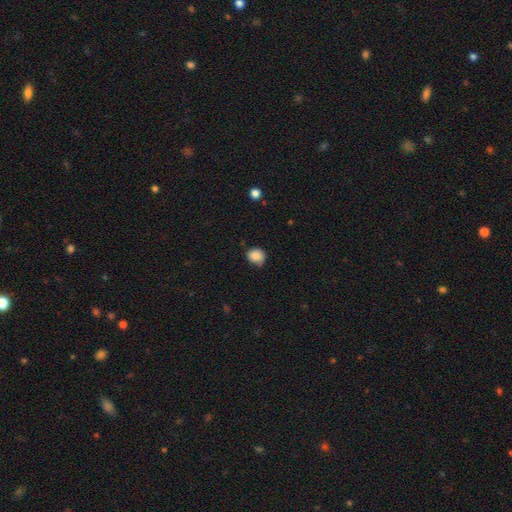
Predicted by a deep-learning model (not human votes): This is clearly a smooth galaxy (86%). How rounded: likely round (70%). Merging: likely none (69%).